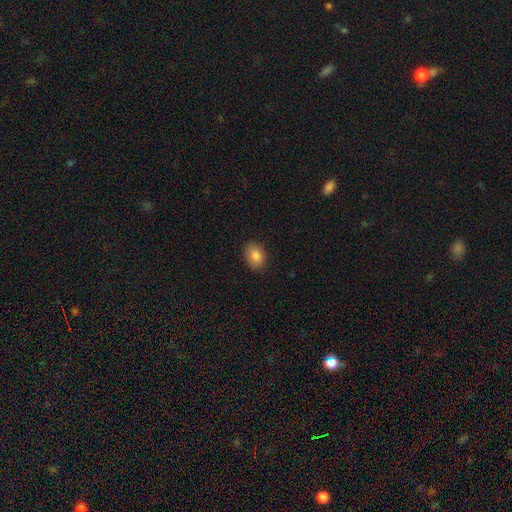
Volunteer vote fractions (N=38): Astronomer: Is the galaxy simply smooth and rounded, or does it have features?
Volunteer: smooth — 89%.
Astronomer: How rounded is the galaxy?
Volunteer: in between — 85%.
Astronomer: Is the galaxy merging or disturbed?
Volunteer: none — 81%.